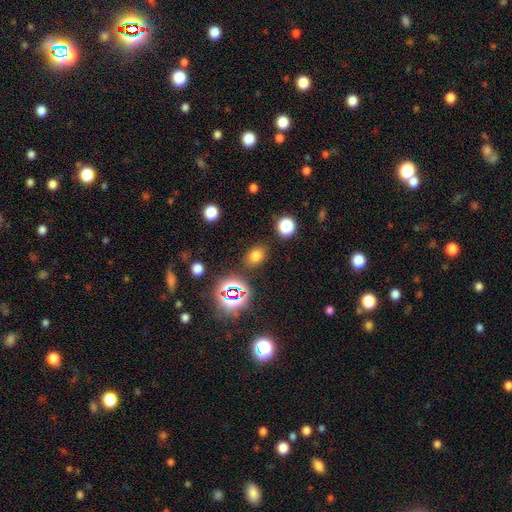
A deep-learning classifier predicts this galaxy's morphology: Q: Smooth or featured?
A: smooth (72%); runner-up: star or artifact (21%)
Q: How rounded?
A: in between (68%); runner-up: round (31%)
Q: Merging?
A: none (83%); runner-up: minor disturbance (10%)